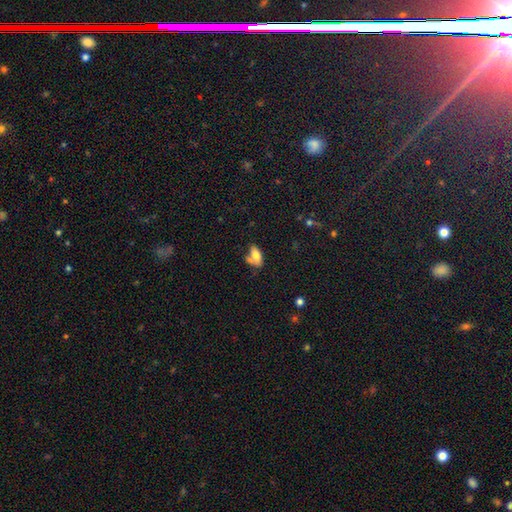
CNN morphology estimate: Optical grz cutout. It shows a smooth galaxy with no disk features (73%) that is in between round and cigar-shaped (89%). Merging: none (41%).